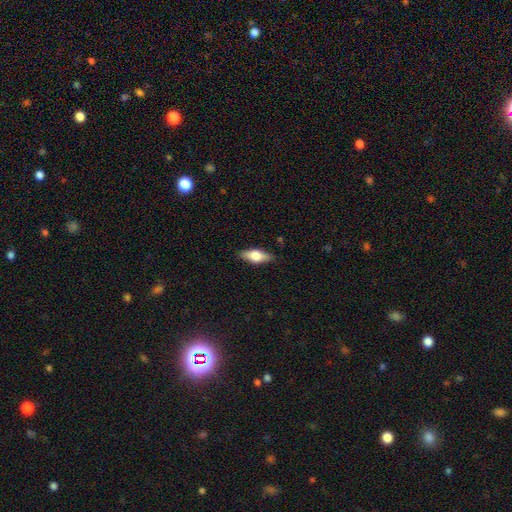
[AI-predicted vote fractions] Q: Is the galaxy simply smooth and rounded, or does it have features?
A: smooth — 56%.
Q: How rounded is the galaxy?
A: in between — 71%.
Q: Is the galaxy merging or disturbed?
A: none — 86%.